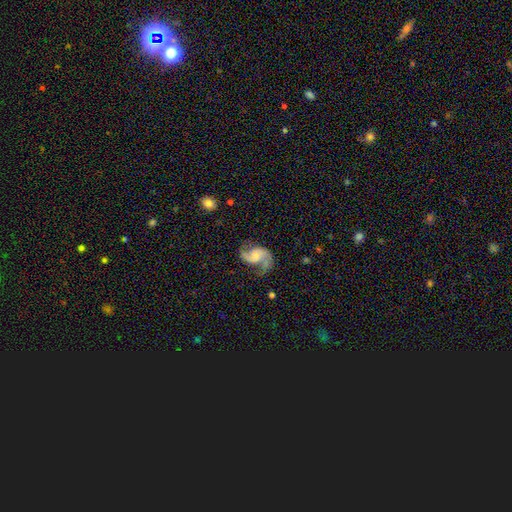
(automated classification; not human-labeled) Smooth or featured? Predicted: featured or disk (p=0.88). Edge-on disk? Predicted: no (p=0.98). Bar? Predicted: no (p=0.57). Spiral arms? Predicted: yes (p=0.97). Spiral winding? Predicted: loose (p=0.49). Spiral arm count? Predicted: 2 (p=0.91). Bulge size? Predicted: small (p=0.49). Merging? Predicted: none (p=0.66).